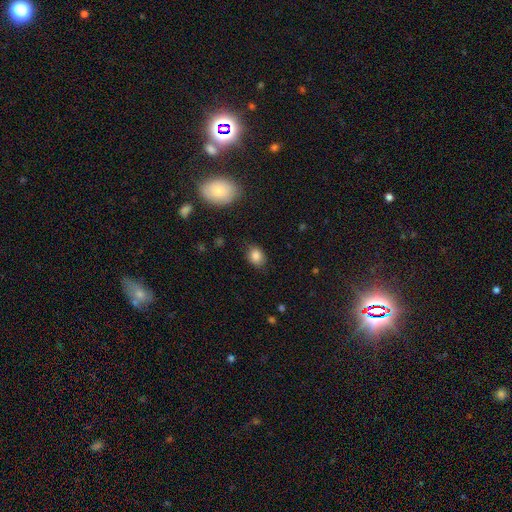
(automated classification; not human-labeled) Smooth or featured? Predicted: smooth (p=0.85). How rounded? Predicted: in between (p=0.61). Merging? Predicted: none (p=0.80).